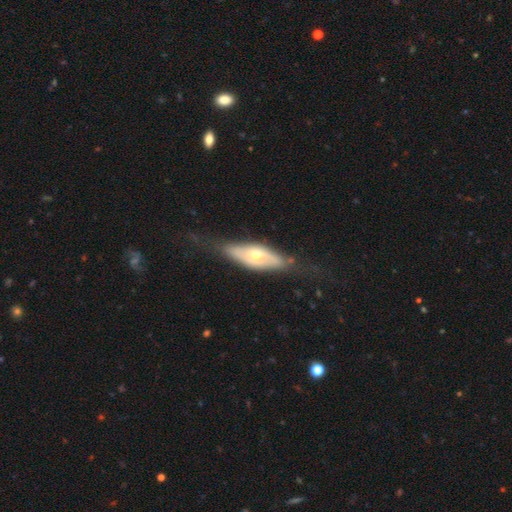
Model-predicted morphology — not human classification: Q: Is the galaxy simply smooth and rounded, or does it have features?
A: featured or disk — 56%.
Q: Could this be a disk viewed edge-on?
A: no — 61%.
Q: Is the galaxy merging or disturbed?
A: none — 59%.